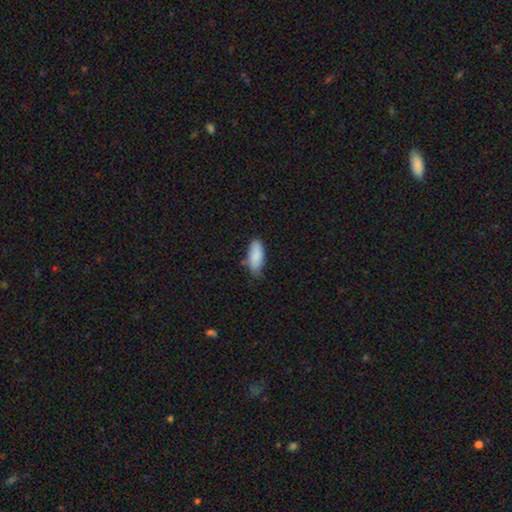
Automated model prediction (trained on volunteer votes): Smooth or featured? Predicted: smooth (p=0.87). How rounded? Predicted: in between (p=0.82). Merging? Predicted: none (p=0.64).